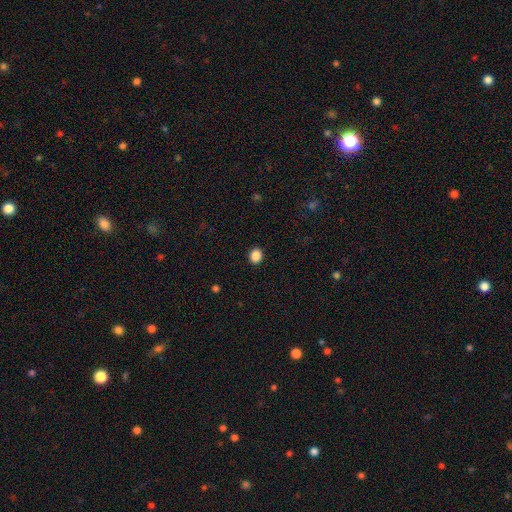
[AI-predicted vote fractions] A smooth galaxy with no disk features (88%) that is round (54%). Merging: none (91%).